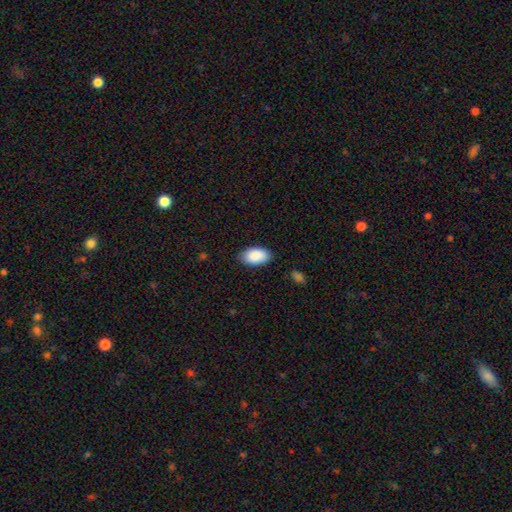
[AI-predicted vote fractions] The model was most divided on "merging": none: 85%, minor disturbance: 12%, major disturbance: 2%, merger: 1%. More confident: how rounded — in between (95%); smooth or featured — smooth (90%).